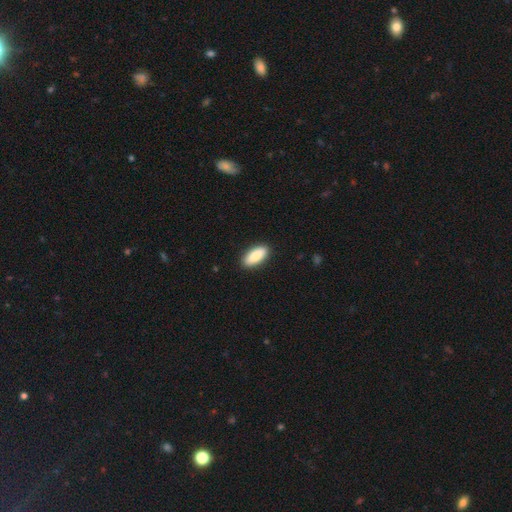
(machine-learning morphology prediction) smooth 89%, featured or disk 6%, star or artifact 6%. Down the decision tree: how rounded — in between (85%); merging — none (90%).